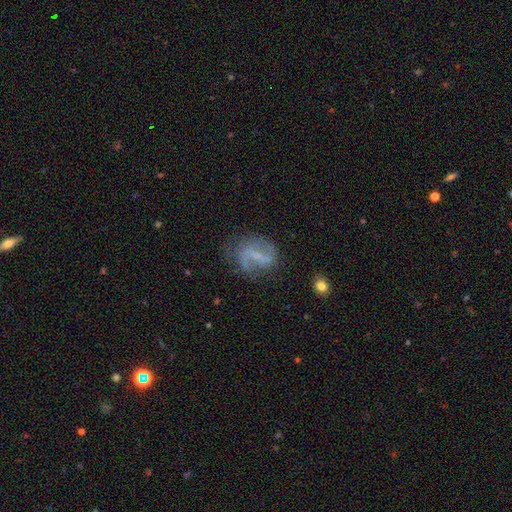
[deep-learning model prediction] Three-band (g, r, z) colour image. It shows a featured or disk galaxy (71%) with a weak bar (40%), 2 (75%) loose (56%) spiral arms (80%) and no central bulge (49%). Merging: none (59%).